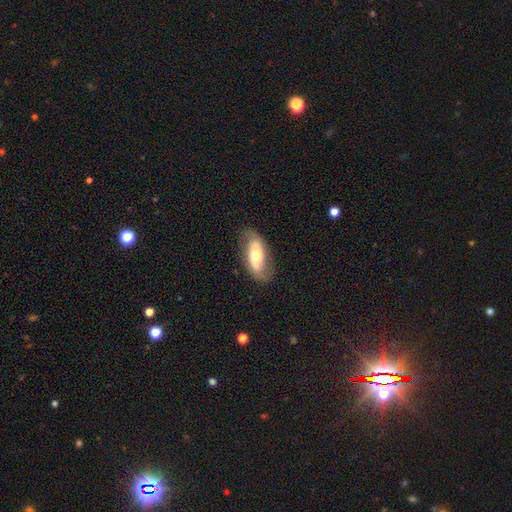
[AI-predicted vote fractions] Smooth or featured? featured or disk (60%)
Edge-on disk? no (90%)
Bar? no (57%)
Spiral arms? yes (76%)
Bulge size? moderate (63%)
Merging? none (75%)